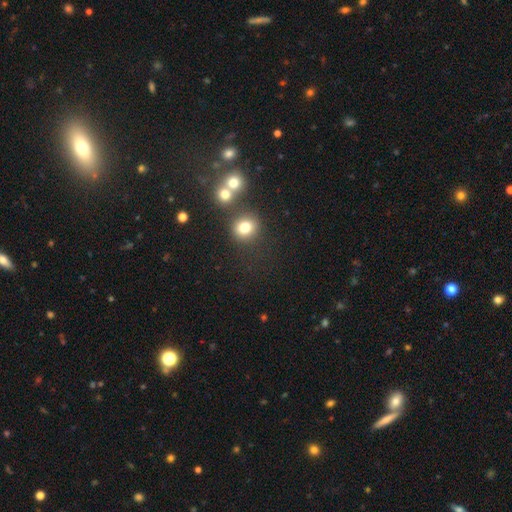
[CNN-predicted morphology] smooth_or_featured: smooth (p=0.55) [alt: star or artifact p=0.37]
how_rounded: round (p=0.86) [alt: in between p=0.12]
merging: none (p=0.72) [alt: merger p=0.14]